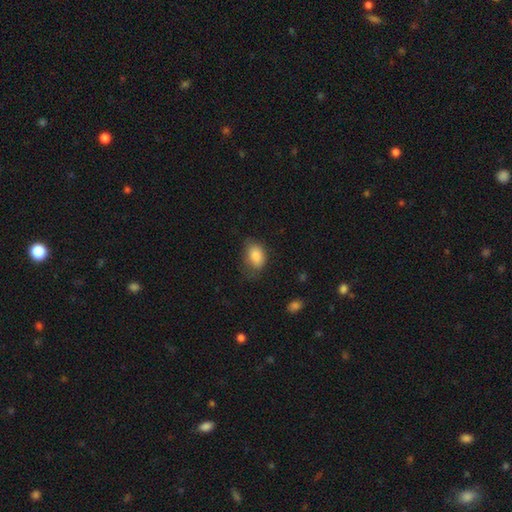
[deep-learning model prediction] smooth-or-featured: smooth: 85% | star or artifact: 8% | featured or disk: 7%
  how-rounded: in between: 83% | round: 16% | cigar-shaped: 1%
  merging: none: 55% | minor disturbance: 31% | major disturbance: 12% | merger: 2%